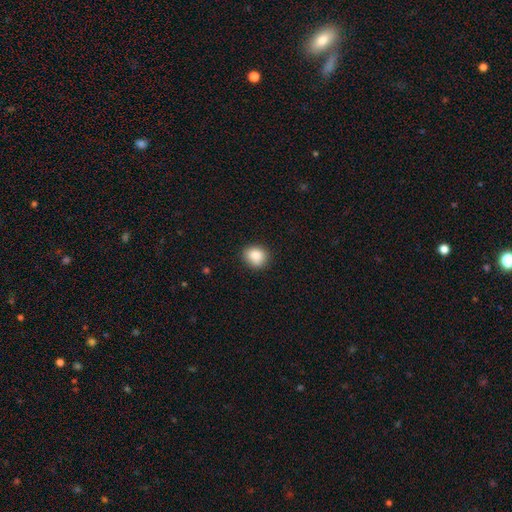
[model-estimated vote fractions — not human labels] smooth 86%, star or artifact 9%, featured or disk 5%. Down the decision tree: how rounded — round (70%); merging — none (83%).